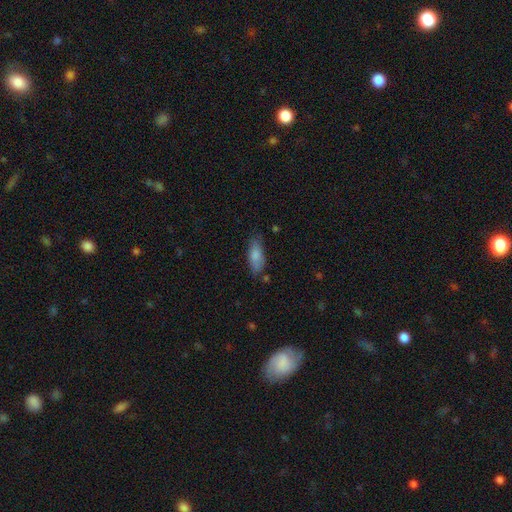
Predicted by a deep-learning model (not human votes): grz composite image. It shows a smooth galaxy with no disk features (79%) that is in between round and cigar-shaped (78%). Merging: none (68%).